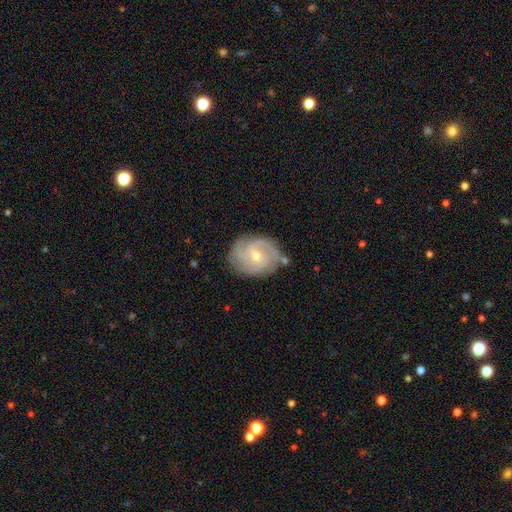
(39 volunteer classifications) smooth_or_featured: featured or disk (p=0.87) [alt: smooth p=0.08]
disk_edge_on: no (p=1.00)
bar: no (p=0.74) [alt: weak p=0.18]
has_spiral_arms: yes (p=1.00)
spiral_winding: tight (p=0.79) [alt: medium p=0.21]
spiral_arm_count: 3 (p=0.65) [alt: can't tell p=0.15]
bulge_size: small (p=0.59) [alt: moderate p=0.41]
merging: none (p=0.86) [alt: minor disturbance p=0.11]